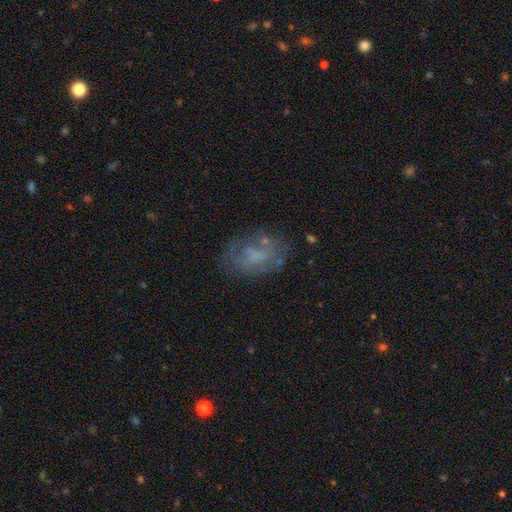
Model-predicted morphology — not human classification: Smooth or featured? featured or disk (45%)
Merging? none (59%)